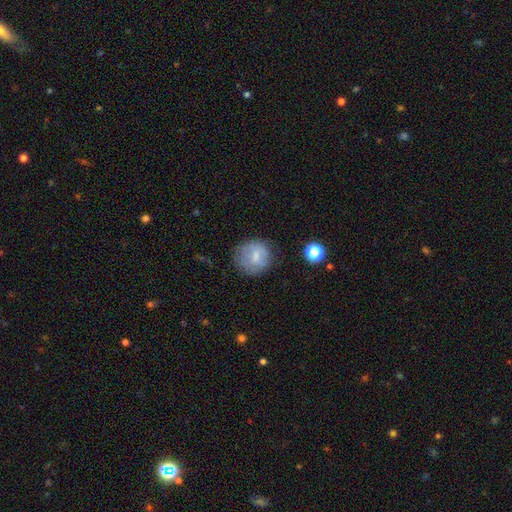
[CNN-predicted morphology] type=smooth (67%); roundness=round (87%); merging=none (68%).